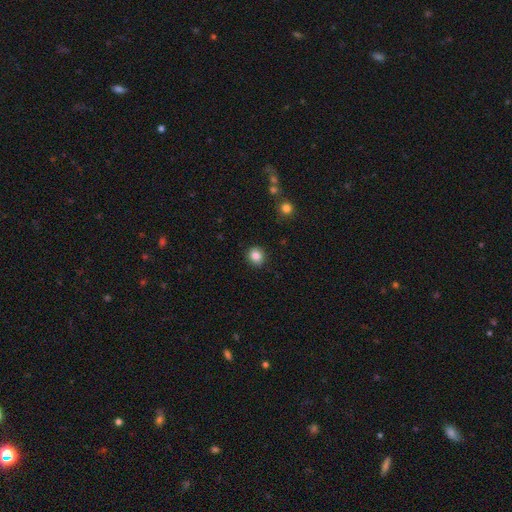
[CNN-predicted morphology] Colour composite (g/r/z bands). It shows a smooth galaxy with no disk features (85%) that is round (86%). Merging: none (90%).